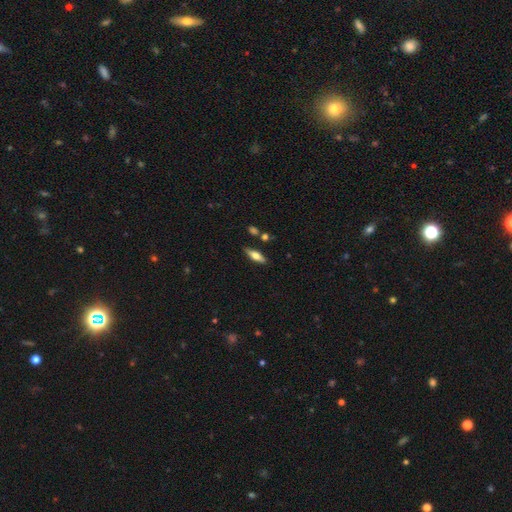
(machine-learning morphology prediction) This is possibly a smooth galaxy (60%). How rounded: possibly in between (56%). Merging: clearly none (84%).